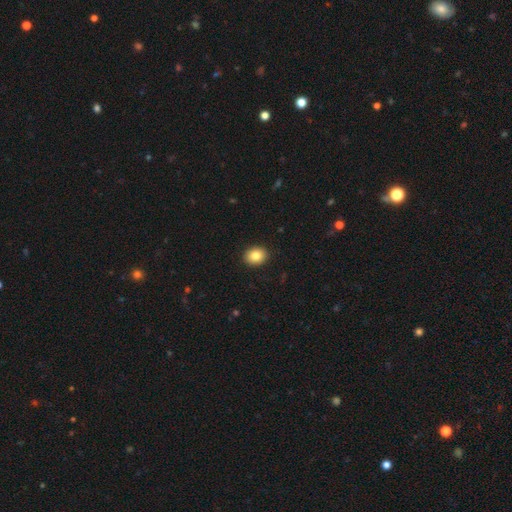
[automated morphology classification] smooth_or_featured: smooth (p=0.85) [alt: star or artifact p=0.09]
how_rounded: in between (p=0.50) [alt: round p=0.49]
merging: none (p=0.92) [alt: minor disturbance p=0.06]